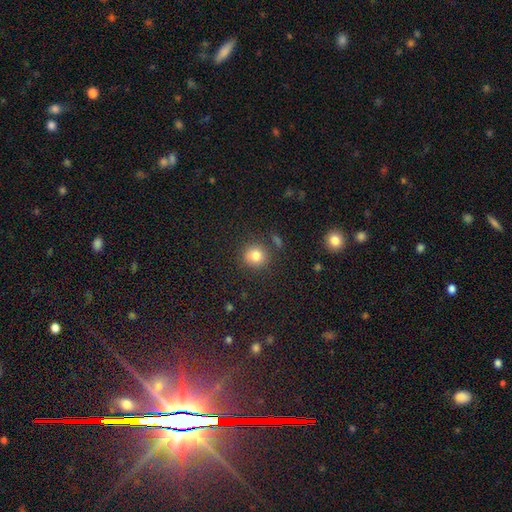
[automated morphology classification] smooth_or_featured: smooth (p=0.81) [alt: star or artifact p=0.12]
how_rounded: round (p=0.88) [alt: in between p=0.11]
merging: none (p=0.83) [alt: minor disturbance p=0.10]